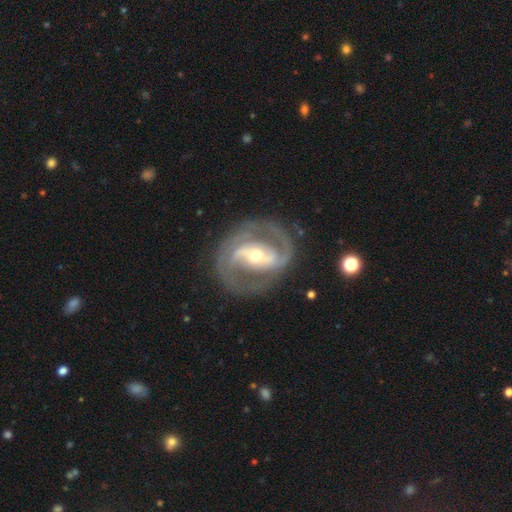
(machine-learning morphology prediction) A featured or disk galaxy (88%) with a strong bar (50%), 2 (89%) medium (52%) spiral arms (91%) and a moderate central bulge (54%).

Vote fractions:
- Smooth or featured? featured or disk: 88% / smooth: 7% / star or artifact: 5%
- Edge-on disk? no: 96% / yes: 4%
- Bar? strong: 50% / weak: 31% / no: 19%
- Spiral arms? yes: 91% / no: 9%
- Spiral winding? medium: 52% / tight: 31% / loose: 17%
- Spiral arm count? 2: 89% / can't tell: 5% / 3: 2% / 1: 2% / 4: 1% / more than 4: 1%
- Bulge size? moderate: 54% / small: 40% / large: 5% / dominant: 1% / none: 1%
- Merging? none: 80% / minor disturbance: 12% / major disturbance: 7% / merger: 1%